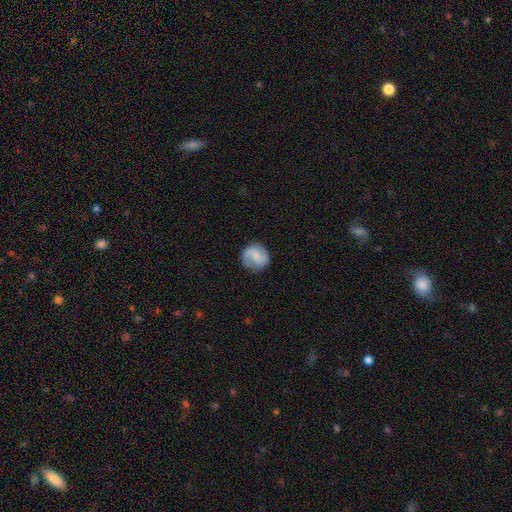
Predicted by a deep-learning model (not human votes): Q: Smooth or featured?
A: smooth (48%); runner-up: featured or disk (45%)
Q: Merging?
A: none (78%); runner-up: minor disturbance (15%)